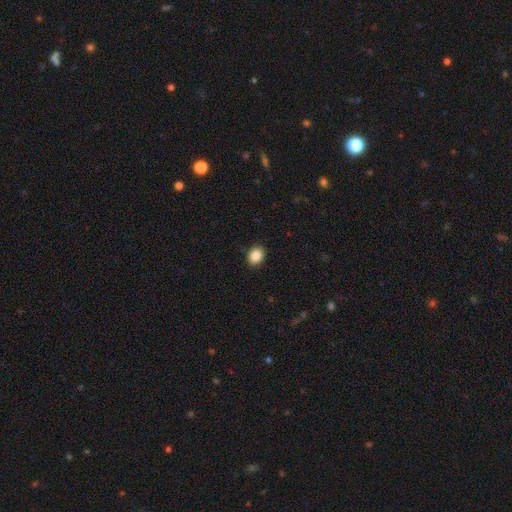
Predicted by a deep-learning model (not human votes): Morphology: type=smooth (87%); roundness=in between (58%); merging=none (90%).